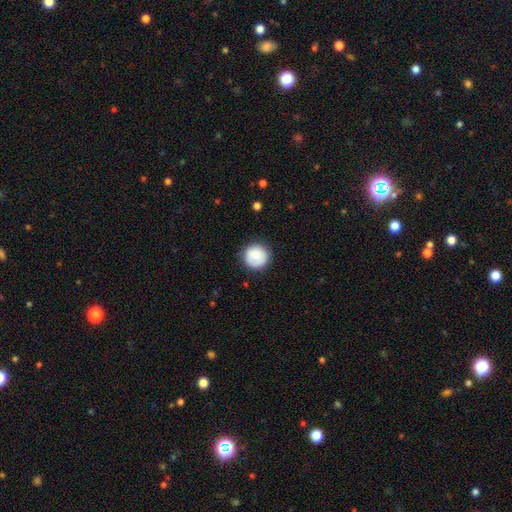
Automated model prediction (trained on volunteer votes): A smooth galaxy with no disk features (78%) that is round (95%). Merging: none (81%).